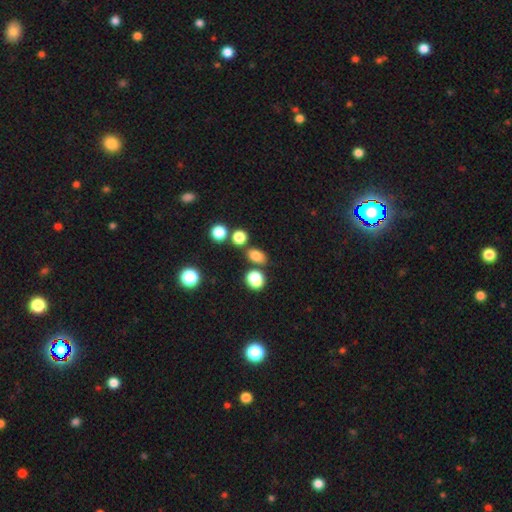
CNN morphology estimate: smooth 77%, star or artifact 16%, featured or disk 7%. Down the decision tree: how rounded — in between (69%); merging — none (74%).